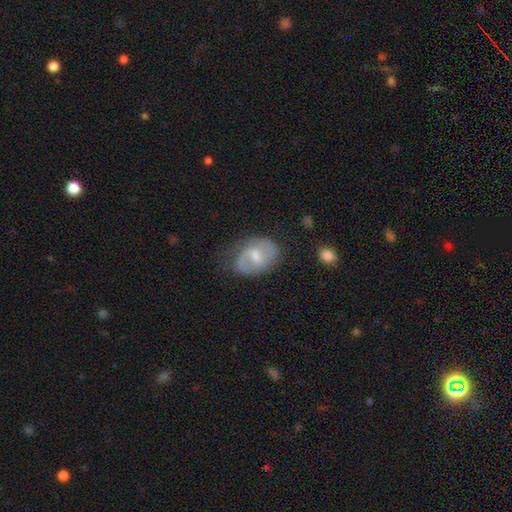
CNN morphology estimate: This is likely a featured or disk galaxy (65%). It is clearly not viewed edge-on (97%). Bar: possibly weak (56%). Spiral arm pattern: clearly yes (85%). Spiral arm count: likely 2 (75%). Spiral winding: possibly medium (49%). Central bulge: possibly moderate (58%). Merging: likely none (64%).